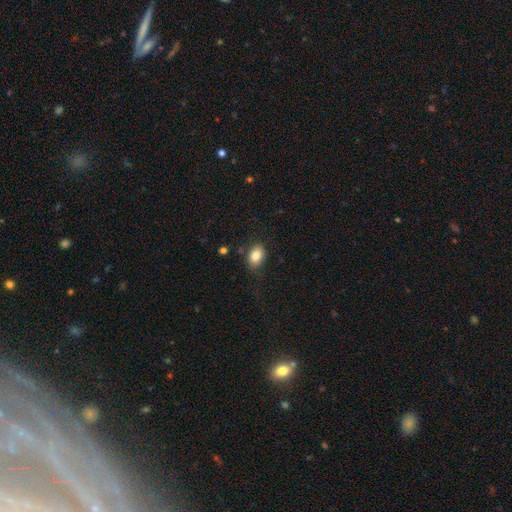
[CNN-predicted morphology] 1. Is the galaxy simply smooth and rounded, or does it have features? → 84% smooth, 9% star or artifact, 8% featured or disk.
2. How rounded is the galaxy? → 79% in between, 20% round, 1% cigar-shaped.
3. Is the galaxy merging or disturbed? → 77% none, 16% minor disturbance, 5% major disturbance, 2% merger.